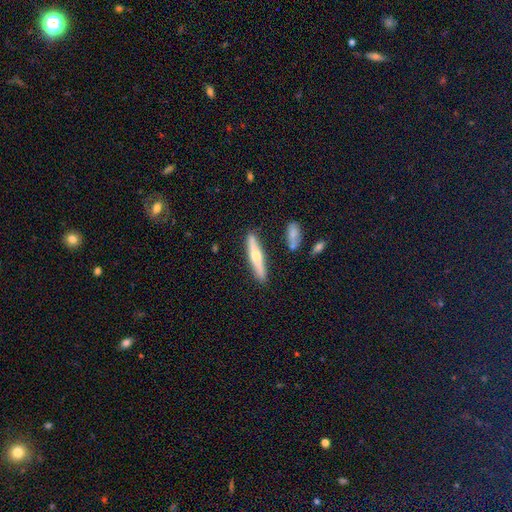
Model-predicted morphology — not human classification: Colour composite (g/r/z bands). It shows a featured or disk galaxy (51%) viewed edge-on (95%). Merging: none (85%).